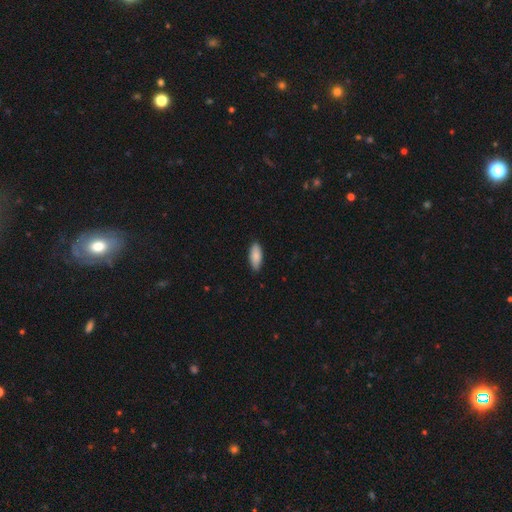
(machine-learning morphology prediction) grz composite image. It shows a smooth galaxy with no disk features (88%) that is in between round and cigar-shaped (79%). Merging: none (88%).